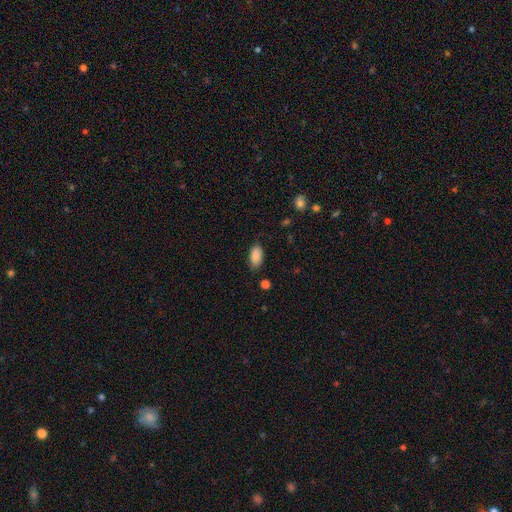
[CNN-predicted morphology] smooth_or_featured: smooth (p=0.88) [alt: star or artifact p=0.07]
how_rounded: in between (p=0.93) [alt: cigar-shaped p=0.04]
merging: none (p=0.78) [alt: minor disturbance p=0.17]